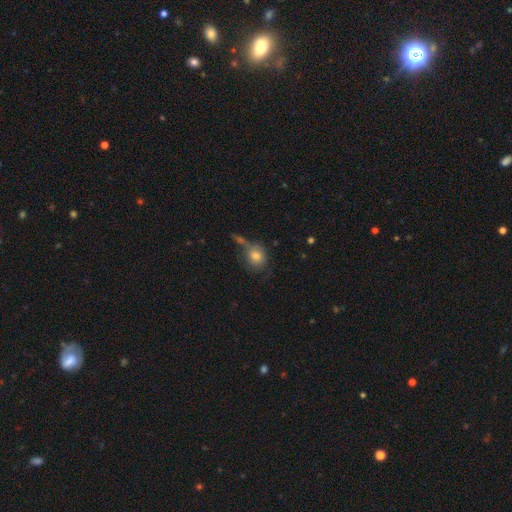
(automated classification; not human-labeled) This appears to be a smooth galaxy with no disk features (78%) that is round (68%). Merging: none (49%).